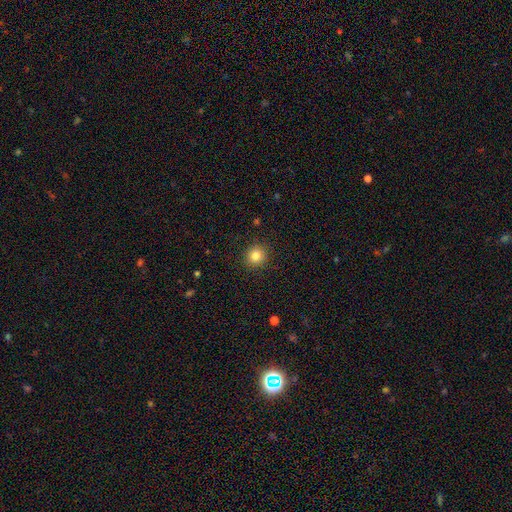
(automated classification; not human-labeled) smooth_or_featured: smooth (p=0.83) [alt: star or artifact p=0.11]
how_rounded: round (p=0.89) [alt: in between p=0.10]
merging: none (p=0.91) [alt: minor disturbance p=0.06]